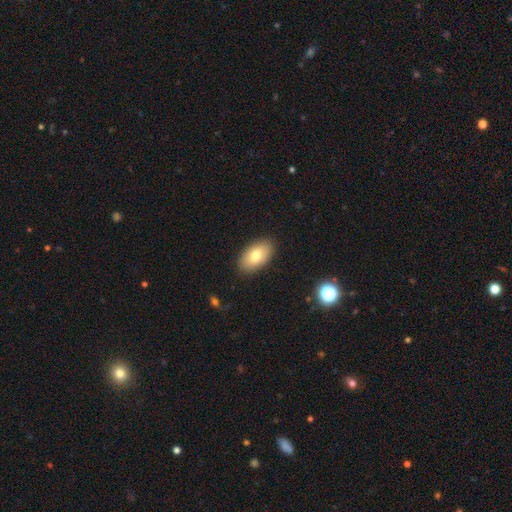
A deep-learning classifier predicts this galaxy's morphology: Smooth or featured?
  - smooth: 77% *
  - featured or disk: 16%
  - star or artifact: 7%
How rounded?
  - in between: 93% *
  - round: 5%
  - cigar-shaped: 2%
Merging?
  - none: 88% *
  - minor disturbance: 9%
  - major disturbance: 2%
  - merger: 1%